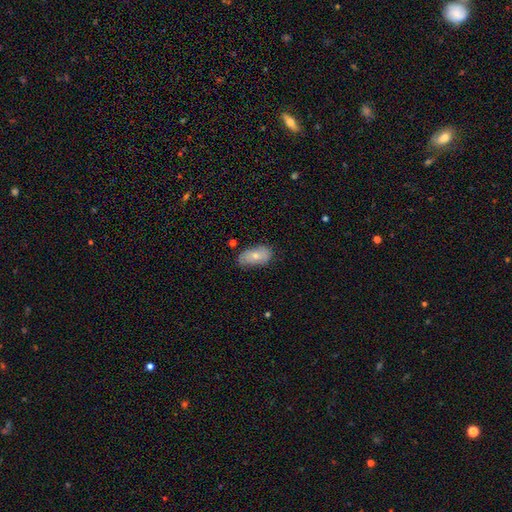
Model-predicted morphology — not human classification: Smooth or featured: smooth — 64% (featured or disk — 29%)
How rounded: in between — 92% (round — 4%)
Merging: none — 66% (minor disturbance — 26%)